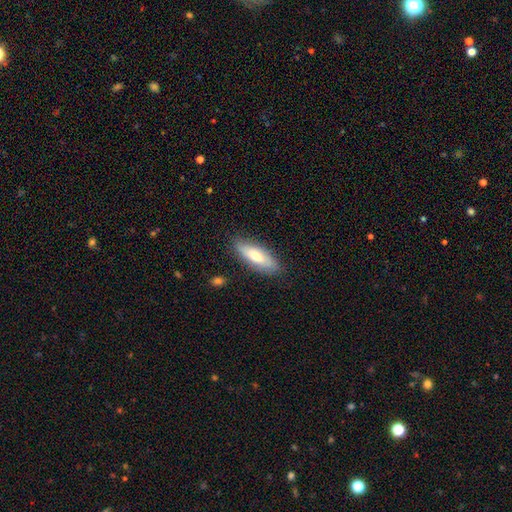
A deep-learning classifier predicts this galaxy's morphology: A smooth galaxy with no disk features (67%) that is in between round and cigar-shaped (62%). Merging: none (83%).